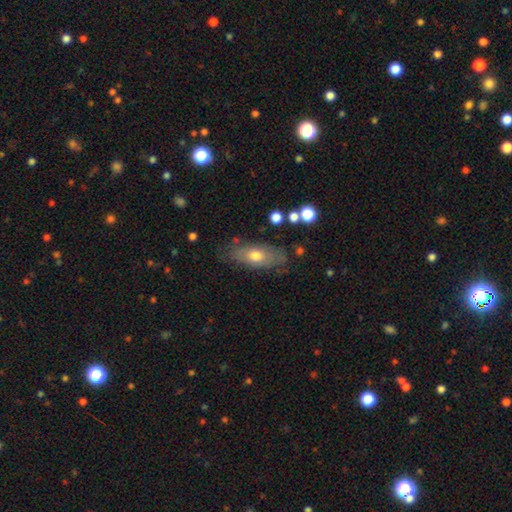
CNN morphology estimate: type=smooth (63%); roundness=in between (77%); merging=none (72%).